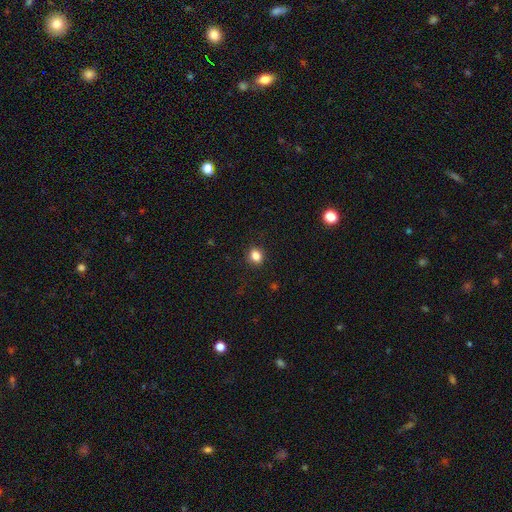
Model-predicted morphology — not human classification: Smooth or featured? smooth (84%)
How rounded? round (56%)
Merging? none (89%)